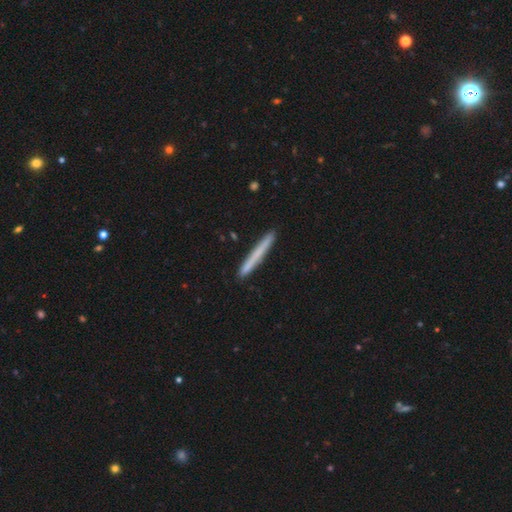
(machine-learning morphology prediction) The model was most divided on "smooth or featured": smooth: 66%, featured or disk: 28%, star or artifact: 6%. More confident: how rounded — cigar-shaped (97%); merging — none (91%).